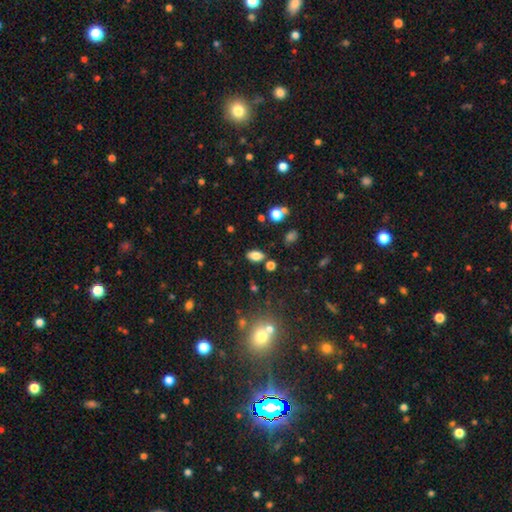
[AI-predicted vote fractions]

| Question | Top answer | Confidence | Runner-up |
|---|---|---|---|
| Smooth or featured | smooth | 80% | star or artifact (13%) |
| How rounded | in between | 91% | round (6%) |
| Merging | none | 81% | minor disturbance (11%) |